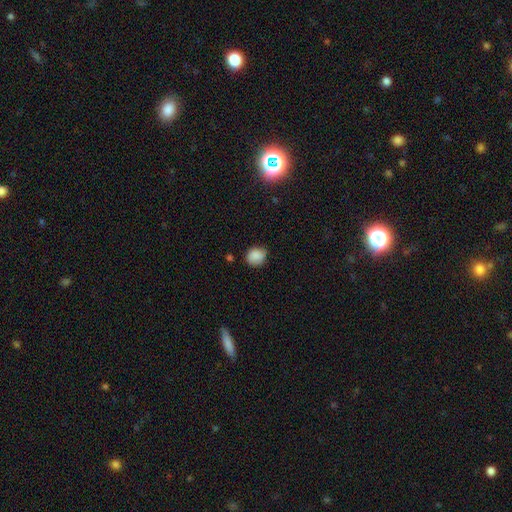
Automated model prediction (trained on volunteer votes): smooth-or-featured: smooth: 85% | star or artifact: 9% | featured or disk: 6%
  how-rounded: round: 72% | in between: 27% | cigar-shaped: 1%
  merging: none: 73% | minor disturbance: 21% | major disturbance: 4% | merger: 2%